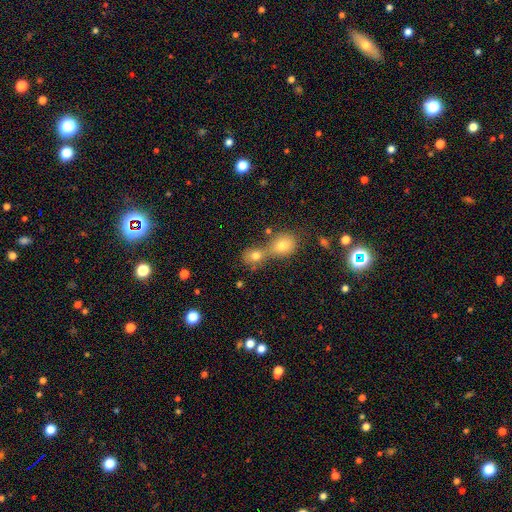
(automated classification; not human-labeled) Q: Smooth or featured?
A: smooth (75%); runner-up: star or artifact (13%)
Q: How rounded?
A: round (70%); runner-up: in between (28%)
Q: Merging?
A: merger (62%); runner-up: none (29%)